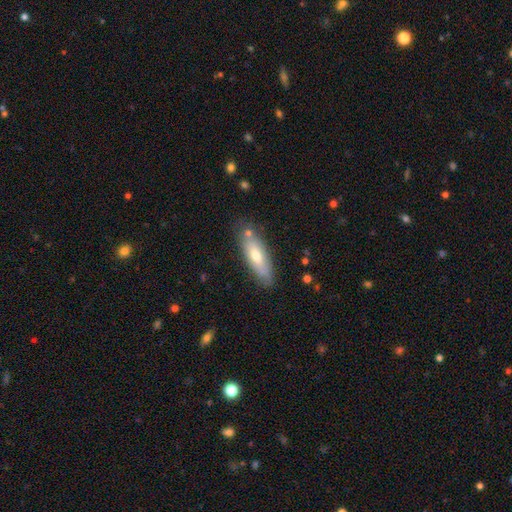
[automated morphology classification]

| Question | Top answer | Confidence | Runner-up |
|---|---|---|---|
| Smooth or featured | smooth | 53% | featured or disk (39%) |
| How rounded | in between | 53% | cigar-shaped (45%) |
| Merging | none | 78% | minor disturbance (15%) |